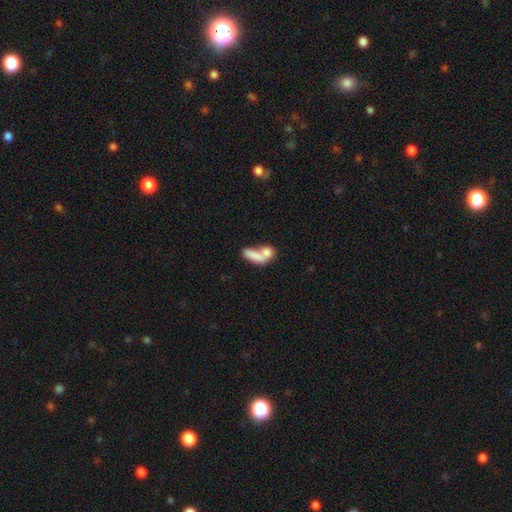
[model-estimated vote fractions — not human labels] smooth-or-featured: smooth: 75% | featured or disk: 16% | star or artifact: 8%
  how-rounded: in between: 61% | cigar-shaped: 29% | round: 10%
  merging: merger: 58% | none: 25% | minor disturbance: 9% | major disturbance: 8%